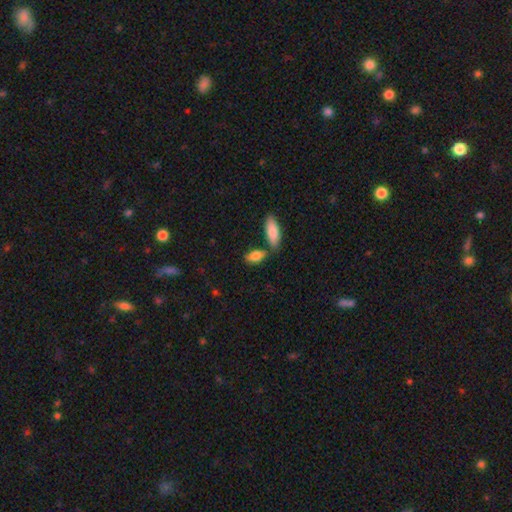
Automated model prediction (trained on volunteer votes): smooth-or-featured: smooth: 83% | featured or disk: 10% | star or artifact: 7%
  how-rounded: in between: 84% | cigar-shaped: 12% | round: 4%
  merging: none: 59% | merger: 23% | minor disturbance: 14% | major disturbance: 4%